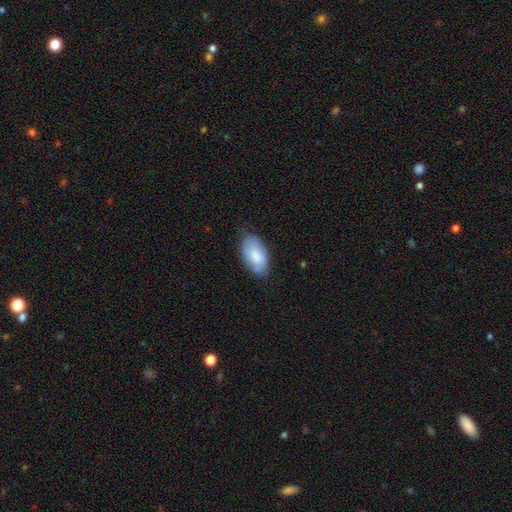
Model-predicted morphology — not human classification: A smooth galaxy with no disk features (76%) that is in between round and cigar-shaped (95%). Merging: none (72%).